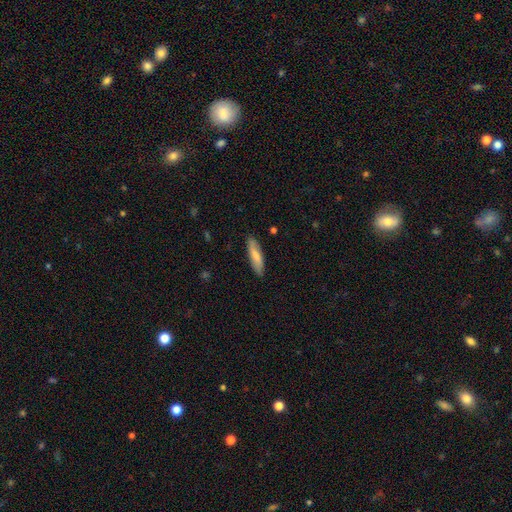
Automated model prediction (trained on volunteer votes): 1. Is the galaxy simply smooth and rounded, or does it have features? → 72% smooth, 22% featured or disk, 5% star or artifact.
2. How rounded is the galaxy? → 61% cigar-shaped, 37% in between, 2% round.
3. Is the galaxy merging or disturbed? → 86% none, 11% minor disturbance, 2% major disturbance, 1% merger.